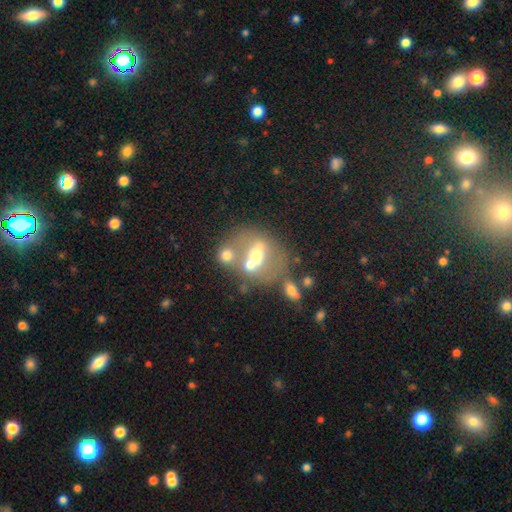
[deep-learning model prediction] Q: Smooth or featured?
A: featured or disk (47%); runner-up: smooth (40%)
Q: Merging?
A: merger (47%); runner-up: none (32%)